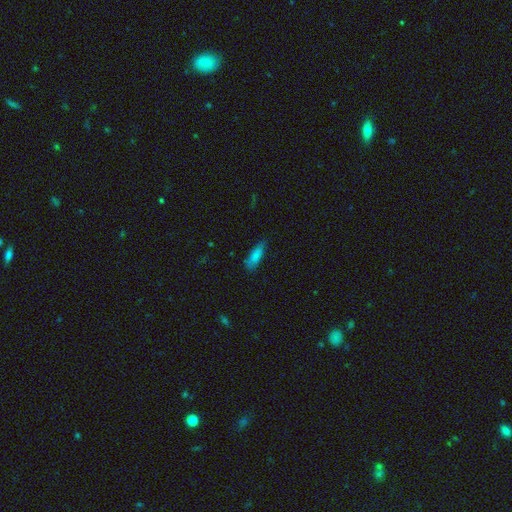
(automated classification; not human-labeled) This is clearly a smooth galaxy (83%). How rounded: possibly in between (49%, tied with cigar-shaped). Merging: likely none (69%).